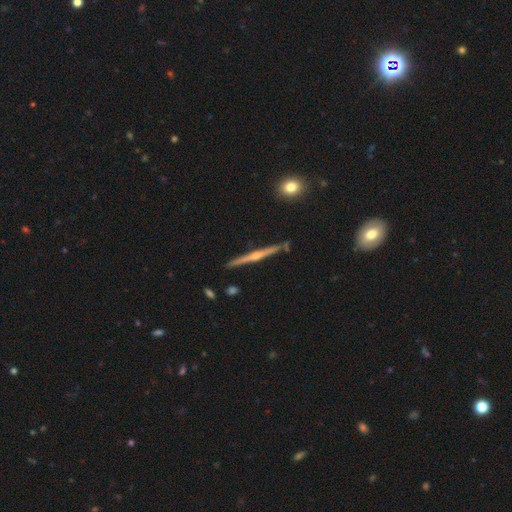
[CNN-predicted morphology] This is clearly a featured or disk galaxy (80%). It is clearly viewed edge-on (98%). Edge-on bulge: clearly rounded (85%). Merging: clearly none (89%).